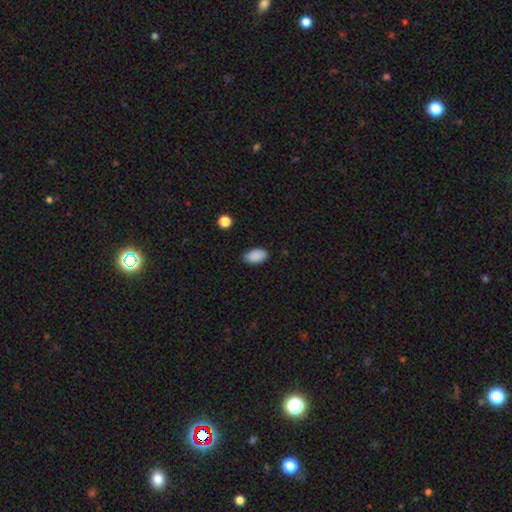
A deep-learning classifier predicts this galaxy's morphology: Overall: smooth (89%). How rounded: in between (93%). Merging: none (83%).